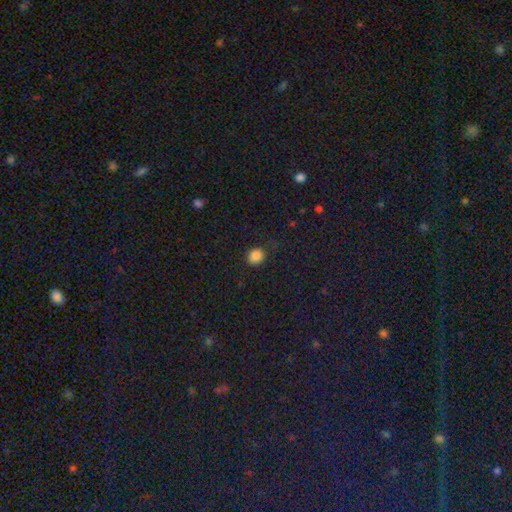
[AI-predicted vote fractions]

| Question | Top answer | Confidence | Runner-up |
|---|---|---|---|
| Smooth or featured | smooth | 85% | star or artifact (11%) |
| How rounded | round | 73% | in between (26%) |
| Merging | none | 82% | minor disturbance (13%) |